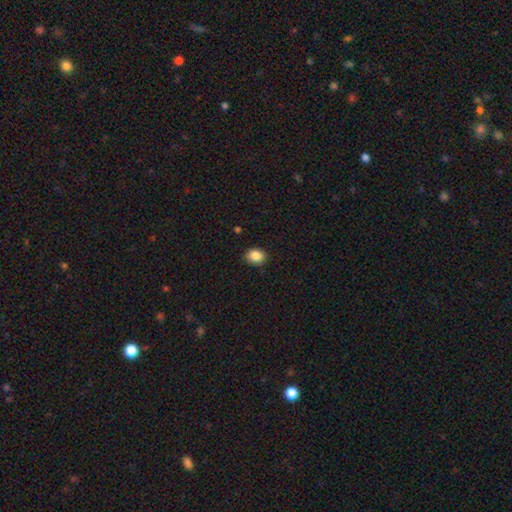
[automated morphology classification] smooth_or_featured: smooth (p=0.87) [alt: star or artifact p=0.09]
how_rounded: in between (p=0.50) [alt: round p=0.49]
merging: none (p=0.87) [alt: minor disturbance p=0.10]